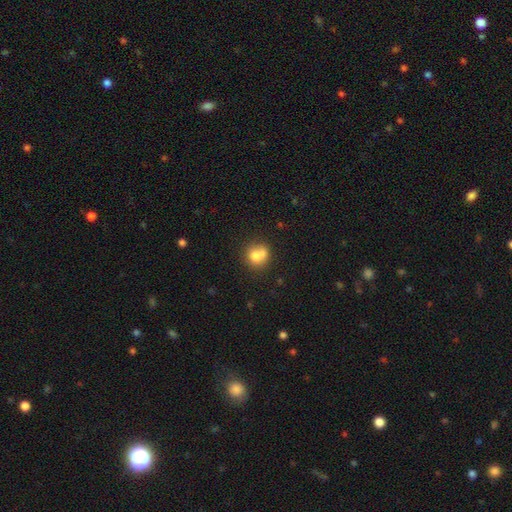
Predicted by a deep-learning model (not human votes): Morphology: type=smooth (72%); roundness=round (77%); merging=merger (44%).